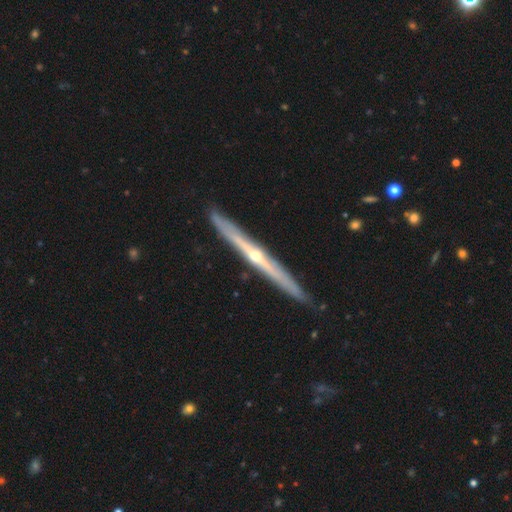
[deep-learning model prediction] A featured or disk galaxy (80%) viewed edge-on (97%) with a rounded central bulge (76%).

Vote fractions:
- Smooth or featured? featured or disk: 80% / smooth: 15% / star or artifact: 5%
- Edge-on disk? yes: 97% / no: 3%
- Edge-on bulge? rounded: 76% / none: 22% / boxy: 2%
- Merging? none: 90% / minor disturbance: 8% / major disturbance: 1% / merger: 1%